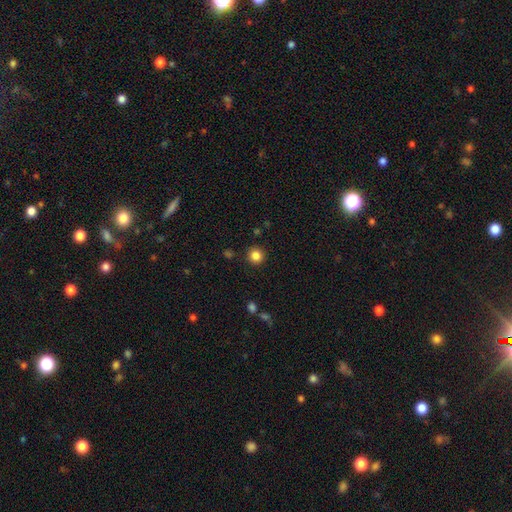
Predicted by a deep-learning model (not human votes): Smooth or featured: smooth — 84% (star or artifact — 12%)
How rounded: round — 94% (in between — 5%)
Merging: none — 91% (minor disturbance — 6%)